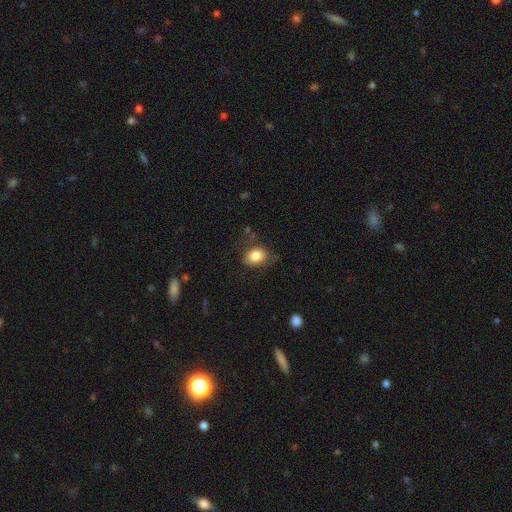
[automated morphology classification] A smooth galaxy with no disk features (83%) that is in between round and cigar-shaped (62%). Merging: none (70%).